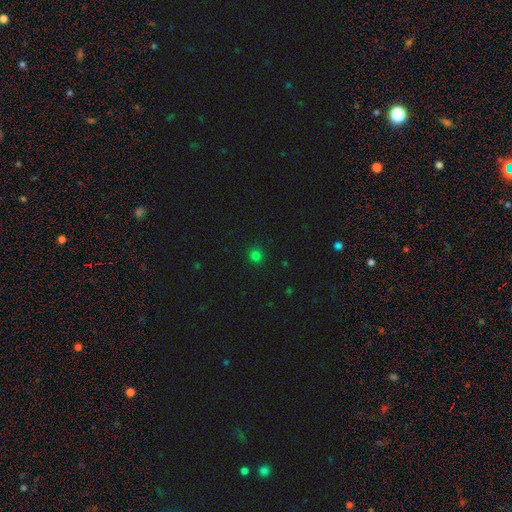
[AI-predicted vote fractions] A smooth galaxy with no disk features (79%) that is round (90%). Merging: none (91%).